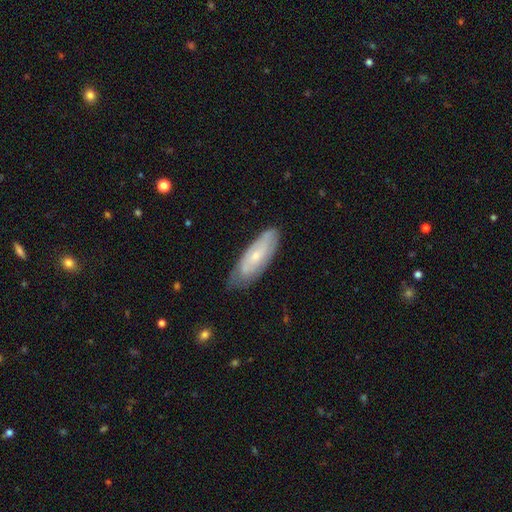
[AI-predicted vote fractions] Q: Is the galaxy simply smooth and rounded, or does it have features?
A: featured or disk — 54%.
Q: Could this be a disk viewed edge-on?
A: no — 79%.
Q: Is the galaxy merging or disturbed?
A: none — 70%.